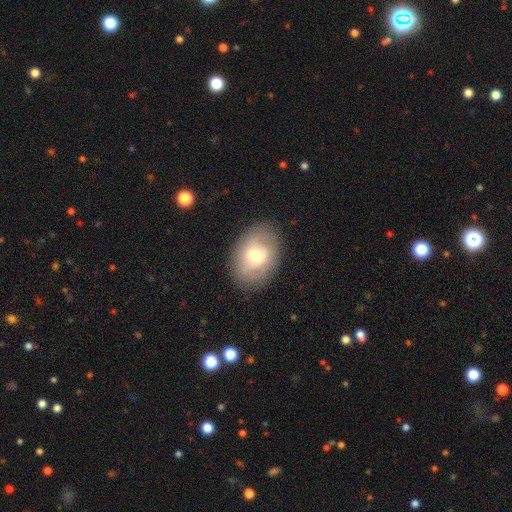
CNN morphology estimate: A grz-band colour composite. It shows a smooth galaxy with no disk features (53%) that is in between round and cigar-shaped (72%). Merging: none (82%).